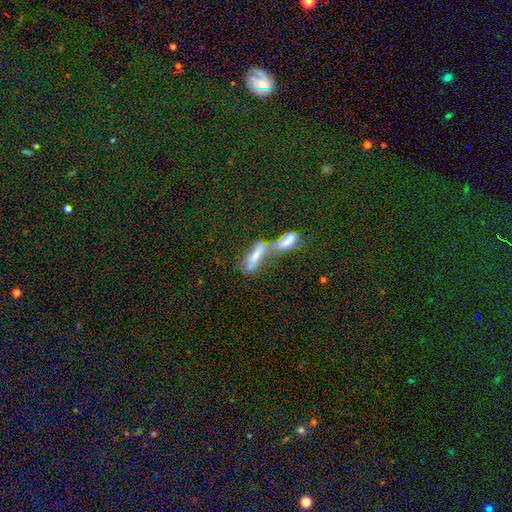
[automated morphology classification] type=smooth (55%); roundness=in between (53%); merging=merger (73%).